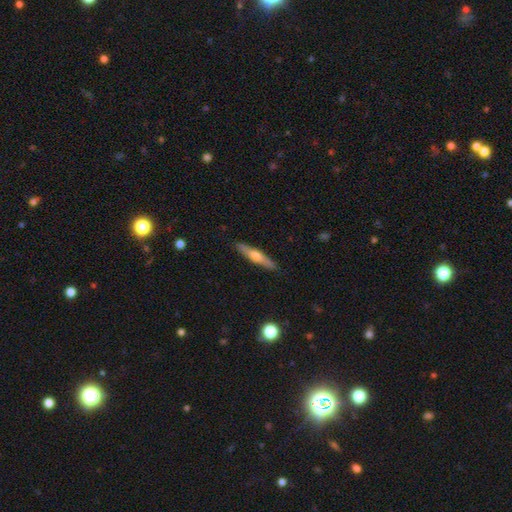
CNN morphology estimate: Smooth or featured? Predicted: featured or disk (p=0.53). Edge-on disk? Predicted: yes (p=0.94). Edge-on bulge? Predicted: rounded (p=0.89). Merging? Predicted: none (p=0.90).